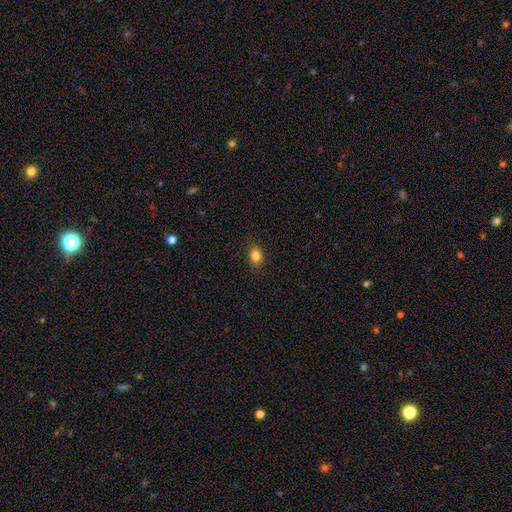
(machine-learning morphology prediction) Smooth or featured? Predicted: smooth (p=0.83). How rounded? Predicted: in between (p=0.52). Merging? Predicted: none (p=0.88).